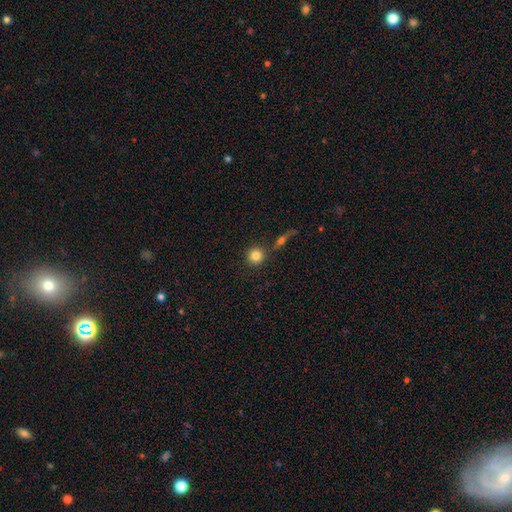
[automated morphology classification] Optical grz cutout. It shows a smooth galaxy with no disk features (82%) that is round (92%). Merging: none (80%).